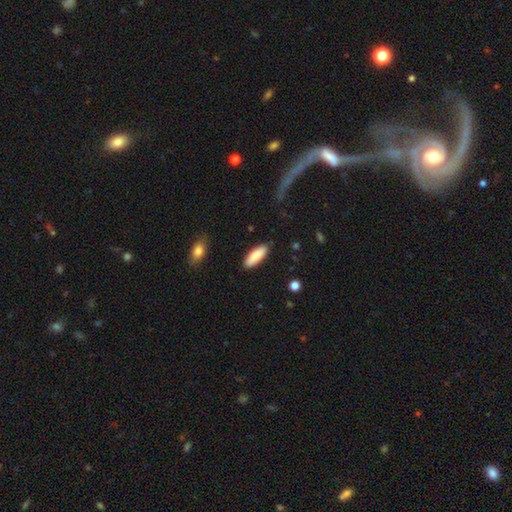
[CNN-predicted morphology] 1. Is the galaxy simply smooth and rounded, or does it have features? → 86% smooth, 9% featured or disk, 6% star or artifact.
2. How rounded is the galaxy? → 62% in between, 36% cigar-shaped, 2% round.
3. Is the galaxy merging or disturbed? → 87% none, 10% minor disturbance, 2% major disturbance, 1% merger.